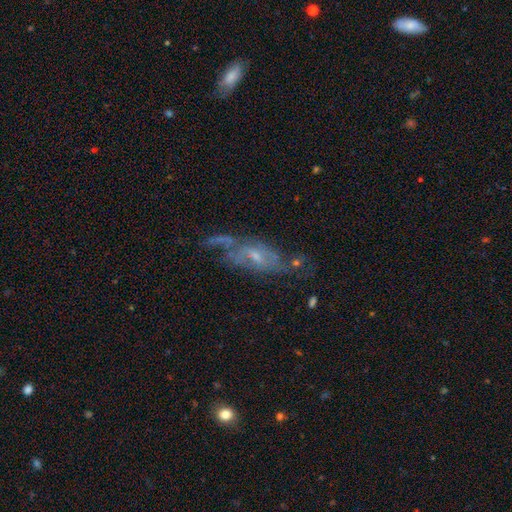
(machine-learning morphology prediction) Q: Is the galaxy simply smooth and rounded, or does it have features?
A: featured or disk — 69%.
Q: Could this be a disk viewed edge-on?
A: no — 81%.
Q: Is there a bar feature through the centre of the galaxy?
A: no — 59%.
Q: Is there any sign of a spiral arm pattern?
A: yes — 75%.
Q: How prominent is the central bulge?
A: small — 59%.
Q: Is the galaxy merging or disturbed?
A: none — 53%.